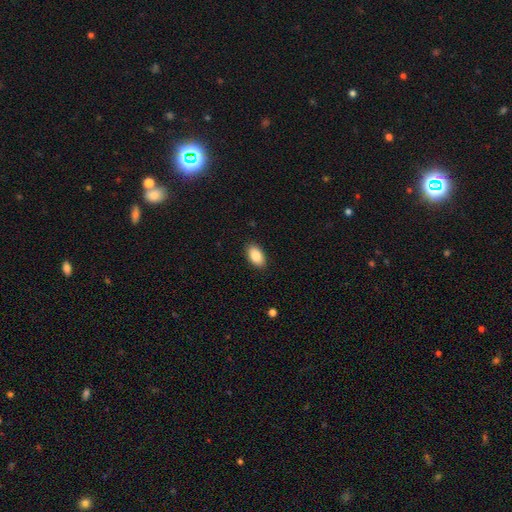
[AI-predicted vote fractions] Smooth or featured? Predicted: smooth (p=0.87). How rounded? Predicted: in between (p=0.93). Merging? Predicted: none (p=0.89).